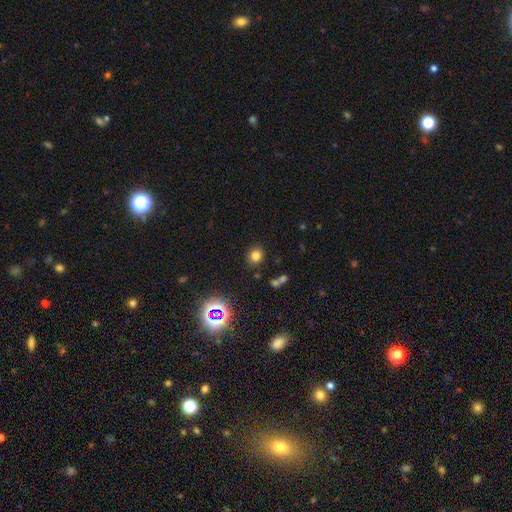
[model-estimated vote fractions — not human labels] Smooth or featured? smooth (76%)
How rounded? round (77%)
Merging? none (84%)